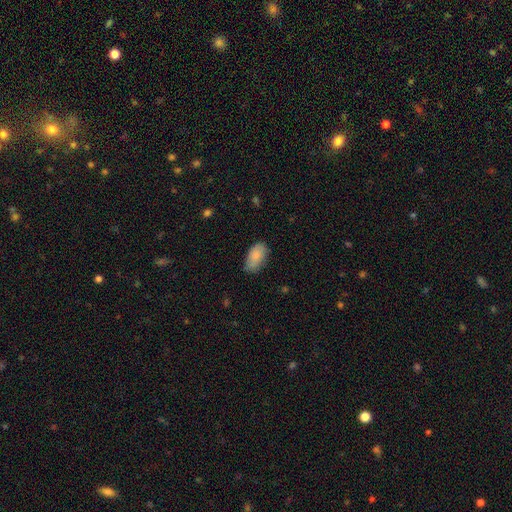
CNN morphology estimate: A smooth galaxy with no disk features (83%) that is in between round and cigar-shaped (94%). Merging: none (65%).